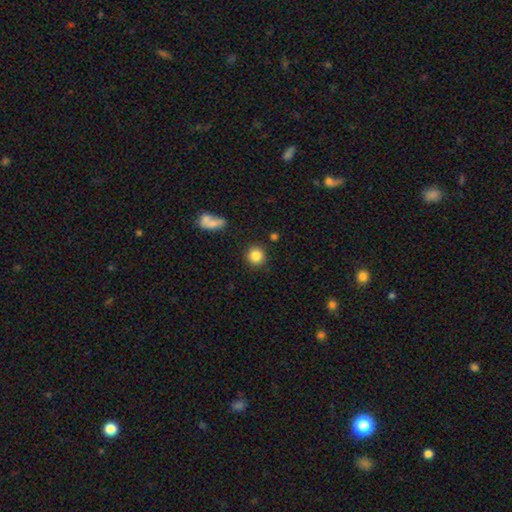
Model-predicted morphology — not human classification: Q: Smooth or featured?
A: smooth (85%); runner-up: star or artifact (10%)
Q: How rounded?
A: round (91%); runner-up: in between (8%)
Q: Merging?
A: none (89%); runner-up: minor disturbance (6%)